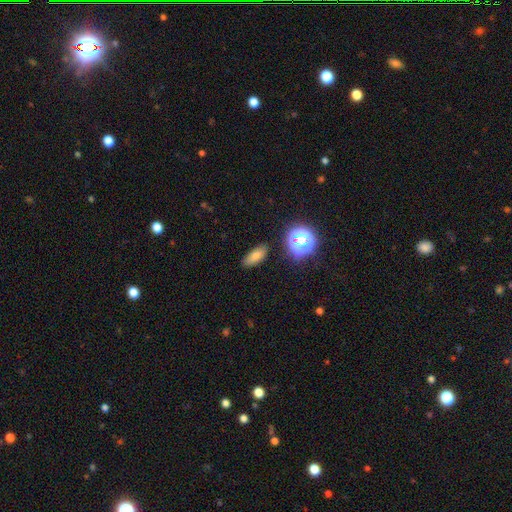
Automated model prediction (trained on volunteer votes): smooth-or-featured: smooth: 68% | star or artifact: 21% | featured or disk: 10%
  how-rounded: in between: 72% | cigar-shaped: 16% | round: 12%
  merging: none: 87% | minor disturbance: 9% | major disturbance: 2% | merger: 2%